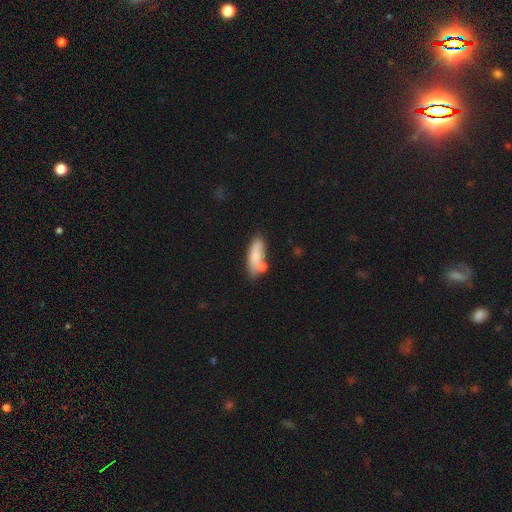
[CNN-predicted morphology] type=smooth (79%); roundness=in between (60%); merging=none (62%).